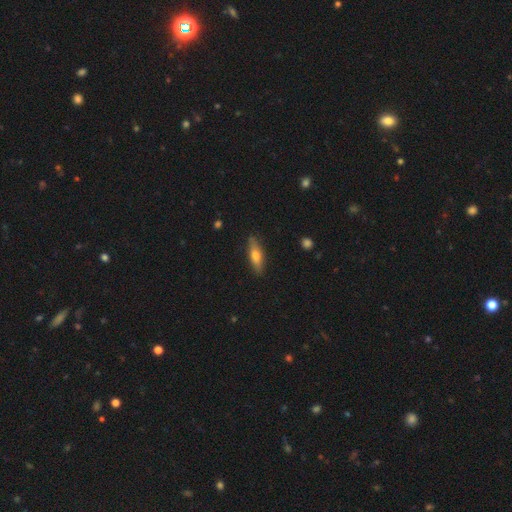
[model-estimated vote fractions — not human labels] A smooth galaxy with no disk features (58%) that is cigar-shaped (55%).

Vote fractions:
- Smooth or featured? smooth: 58% / featured or disk: 36% / star or artifact: 6%
- How rounded? cigar-shaped: 55% / in between: 43% / round: 3%
- Merging? none: 86% / minor disturbance: 10% / major disturbance: 2% / merger: 1%